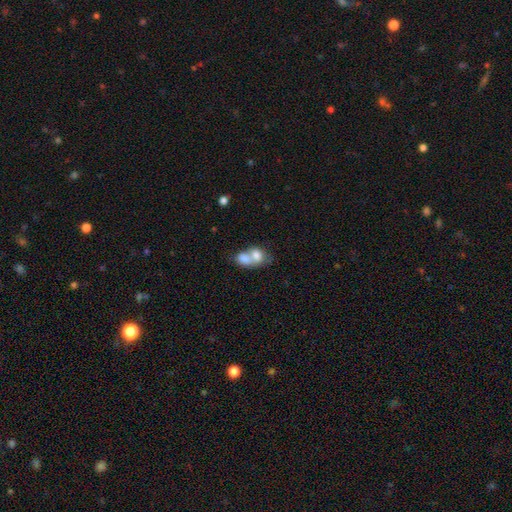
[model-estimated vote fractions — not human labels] smooth-or-featured: smooth: 73% | featured or disk: 20% | star or artifact: 8%
  how-rounded: in between: 64% | round: 34% | cigar-shaped: 2%
  merging: merger: 77% | none: 14% | minor disturbance: 5% | major disturbance: 4%